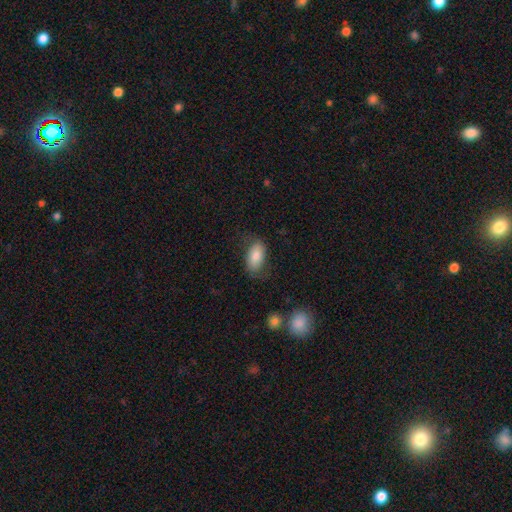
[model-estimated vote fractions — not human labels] This is likely a smooth galaxy (79%). How rounded: clearly in between (92%). Merging: likely none (67%).